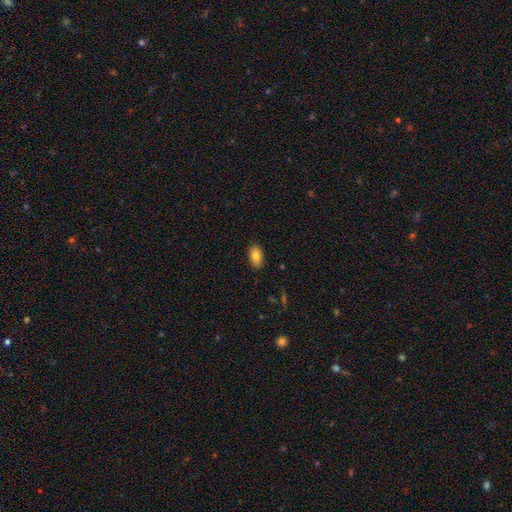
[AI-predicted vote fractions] Smooth or featured?
  - smooth: 85% *
  - featured or disk: 8%
  - star or artifact: 8%
How rounded?
  - in between: 93% *
  - round: 4%
  - cigar-shaped: 3%
Merging?
  - none: 88% *
  - minor disturbance: 9%
  - major disturbance: 2%
  - merger: 1%